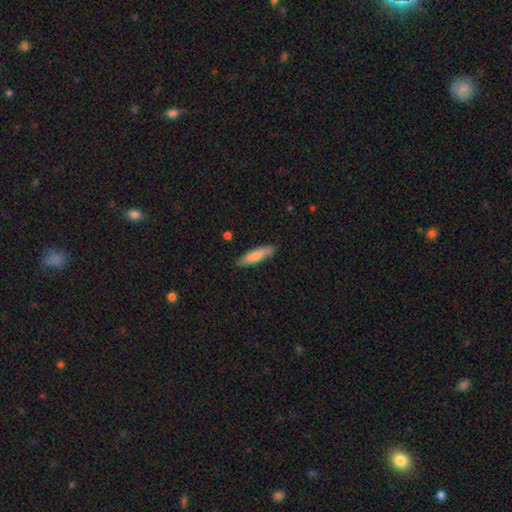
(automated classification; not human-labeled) This is likely a smooth galaxy (79%). How rounded: likely cigar-shaped (74%). Merging: clearly none (83%).